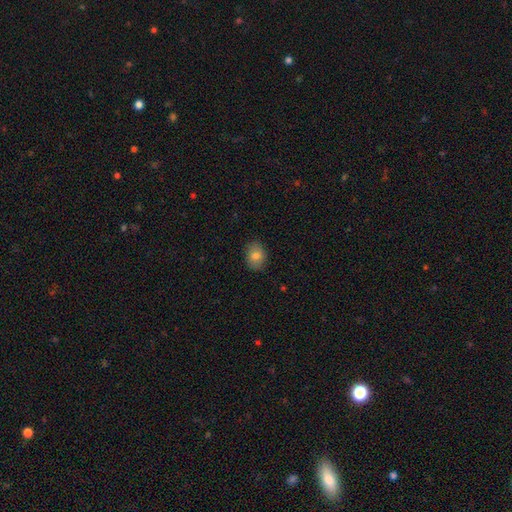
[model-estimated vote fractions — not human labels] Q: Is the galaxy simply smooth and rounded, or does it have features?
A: smooth — 80%.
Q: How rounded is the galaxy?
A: in between — 60%.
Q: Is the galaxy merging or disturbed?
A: none — 85%.